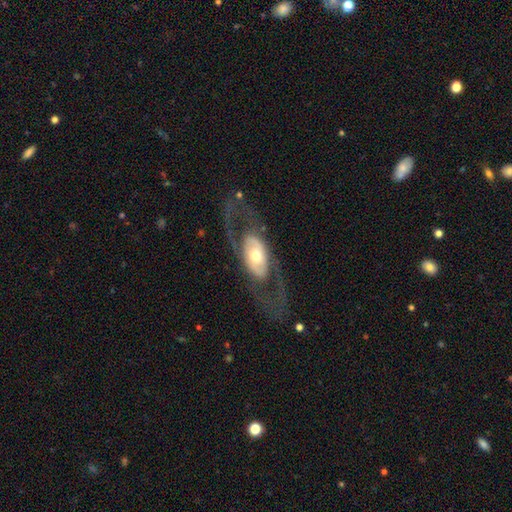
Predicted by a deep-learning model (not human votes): Q: Smooth or featured?
A: featured or disk (73%); runner-up: smooth (22%)
Q: Edge-on disk?
A: no (87%); runner-up: yes (13%)
Q: Bar?
A: no (69%); runner-up: weak (20%)
Q: Spiral arms?
A: yes (52%); runner-up: no (48%)
Q: Bulge size?
A: moderate (65%); runner-up: large (16%)
Q: Merging?
A: none (72%); runner-up: major disturbance (16%)